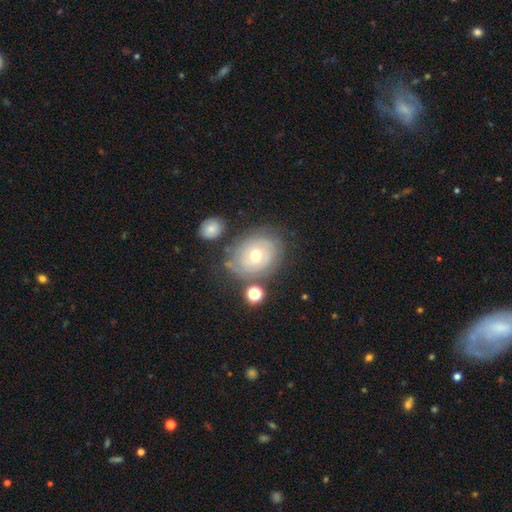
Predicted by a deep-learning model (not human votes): A featured or disk galaxy (56%) with no bar (86%), spiral arms (57%) and a moderate central bulge (64%). Merging: none (68%).